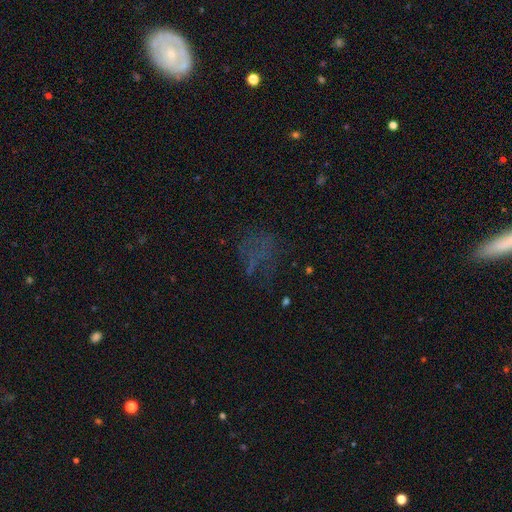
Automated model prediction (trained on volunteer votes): A star or artifact, not a galaxy (39%).